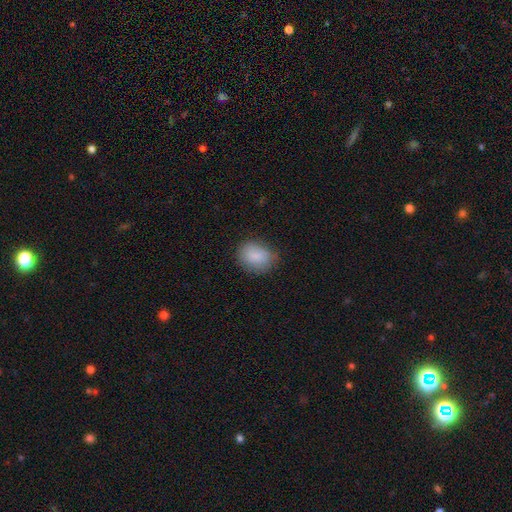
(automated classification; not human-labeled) This is clearly a smooth galaxy (87%). How rounded: possibly in between (58%). Merging: likely none (76%).